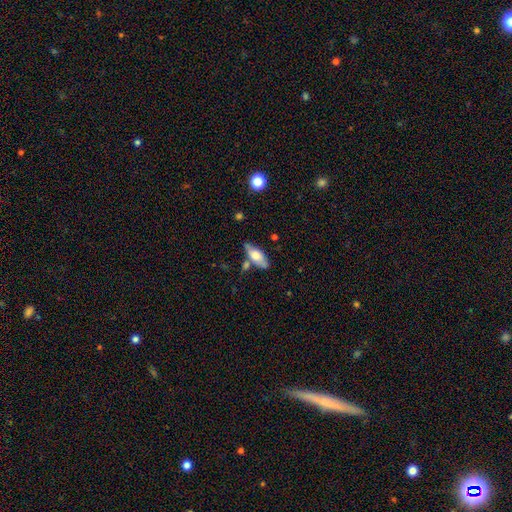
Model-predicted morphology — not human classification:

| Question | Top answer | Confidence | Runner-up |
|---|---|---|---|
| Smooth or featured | smooth | 65% | featured or disk (29%) |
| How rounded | in between | 79% | cigar-shaped (19%) |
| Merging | none | 62% | minor disturbance (20%) |